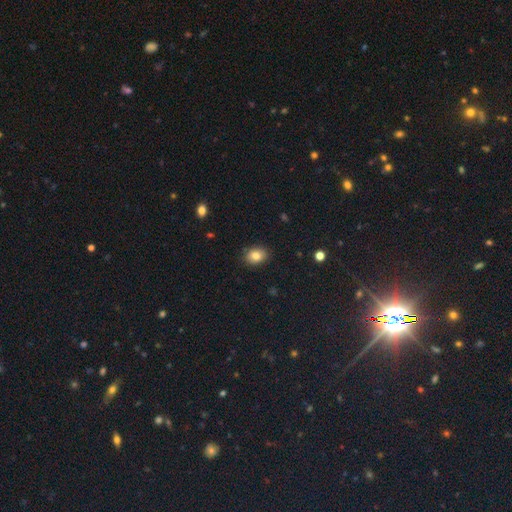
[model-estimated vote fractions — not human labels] Smooth or featured? Predicted: smooth (p=0.83). How rounded? Predicted: in between (p=0.67). Merging? Predicted: none (p=0.85).